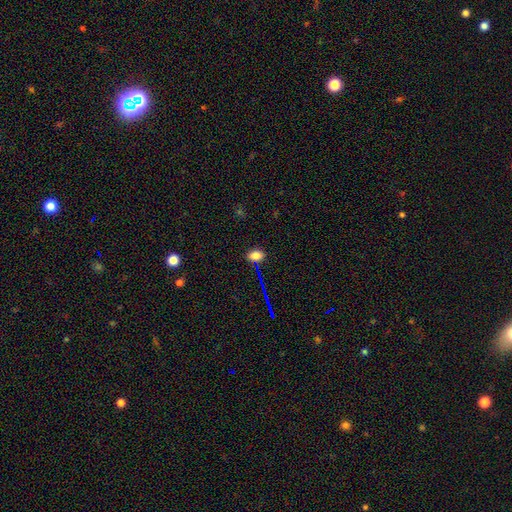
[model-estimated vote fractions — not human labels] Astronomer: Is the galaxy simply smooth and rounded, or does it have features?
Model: smooth — 77%.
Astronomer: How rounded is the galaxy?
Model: in between — 82%.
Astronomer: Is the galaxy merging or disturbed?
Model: none — 84%.